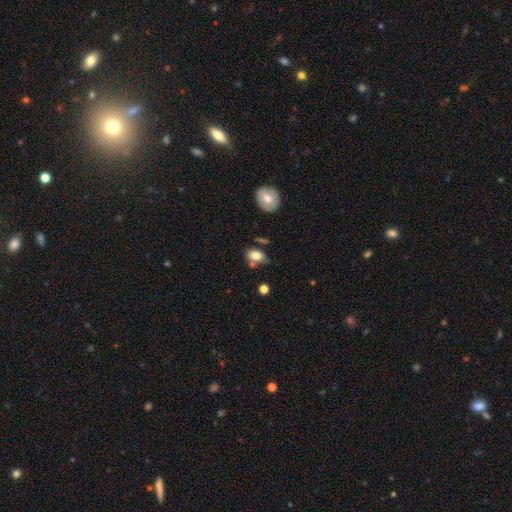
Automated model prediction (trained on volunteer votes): smooth-or-featured: smooth: 78% | featured or disk: 14% | star or artifact: 8%
  how-rounded: in between: 85% | round: 12% | cigar-shaped: 3%
  merging: none: 64% | minor disturbance: 20% | merger: 12% | major disturbance: 5%